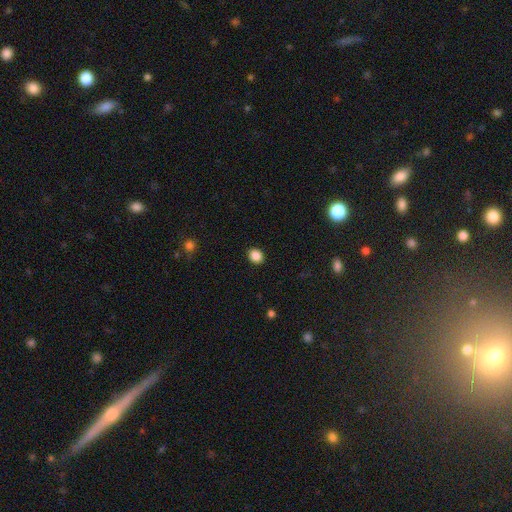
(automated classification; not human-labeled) This is clearly a smooth galaxy (87%). How rounded: possibly round (60%). Merging: clearly none (91%).